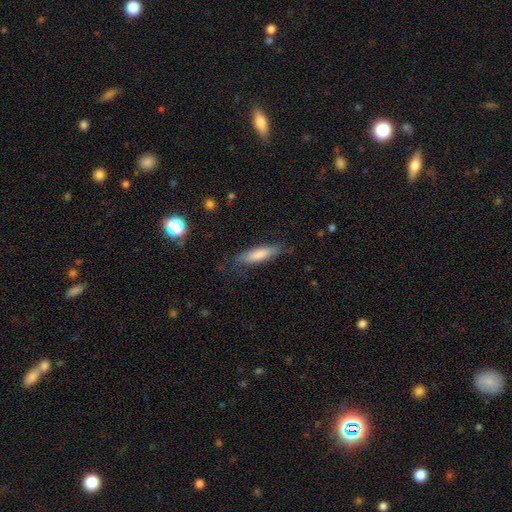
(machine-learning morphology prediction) A smooth galaxy with no disk features (61%) that is cigar-shaped (80%). Merging: none (75%).